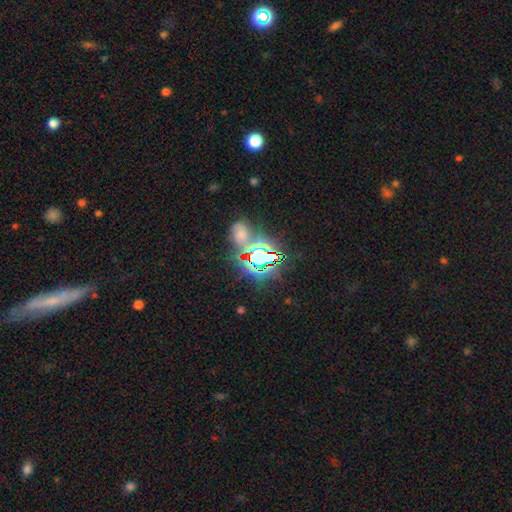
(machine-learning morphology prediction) smooth-or-featured: star or artifact: 75% | smooth: 16% | featured or disk: 9%